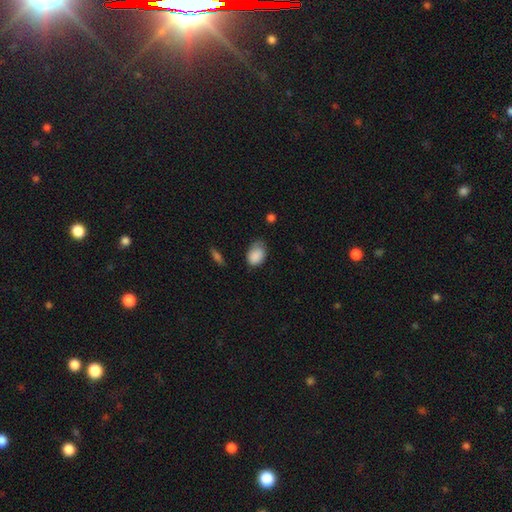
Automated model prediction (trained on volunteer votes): Q: Smooth or featured?
A: smooth (86%); runner-up: star or artifact (8%)
Q: How rounded?
A: in between (79%); runner-up: round (20%)
Q: Merging?
A: none (49%); runner-up: minor disturbance (38%)